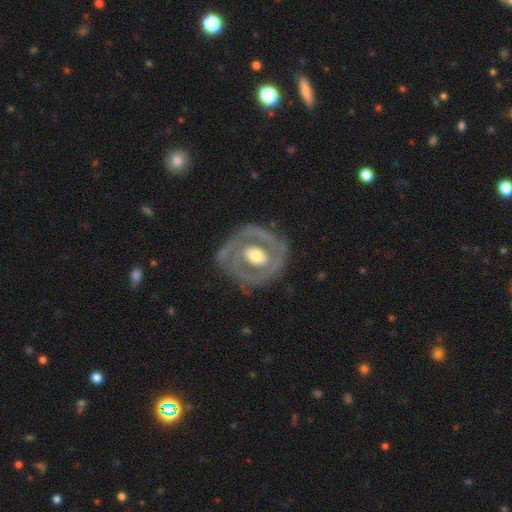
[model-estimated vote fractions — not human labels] This appears to be a featured or disk galaxy (81%) with no bar (60%), 2 (48%) tight (62%) spiral arms (70%) and a moderate central bulge (64%). Merging: none (73%).